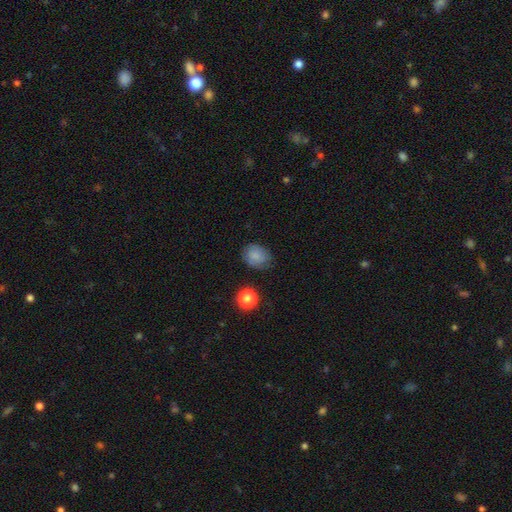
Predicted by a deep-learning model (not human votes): Overall: smooth (81%). How rounded: round (53%; in between 46%). Merging: none (74%).